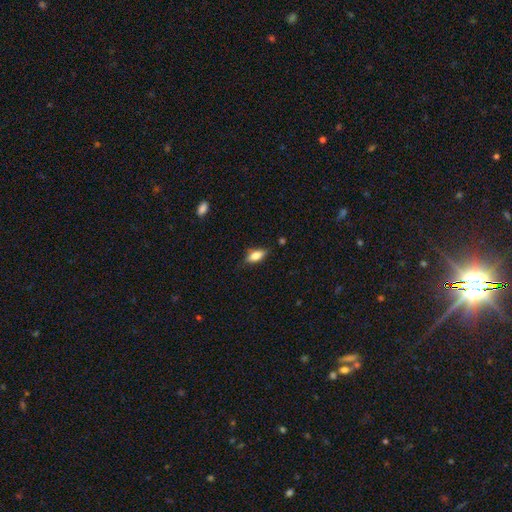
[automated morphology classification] This appears to be a smooth galaxy with no disk features (77%) that is in between round and cigar-shaped (81%). Merging: none (76%).